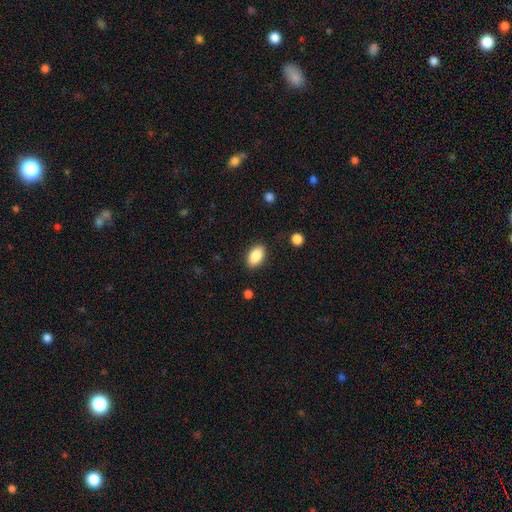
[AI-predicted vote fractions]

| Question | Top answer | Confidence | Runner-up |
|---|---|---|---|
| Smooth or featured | smooth | 87% | star or artifact (7%) |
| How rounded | in between | 92% | round (6%) |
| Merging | none | 86% | minor disturbance (10%) |